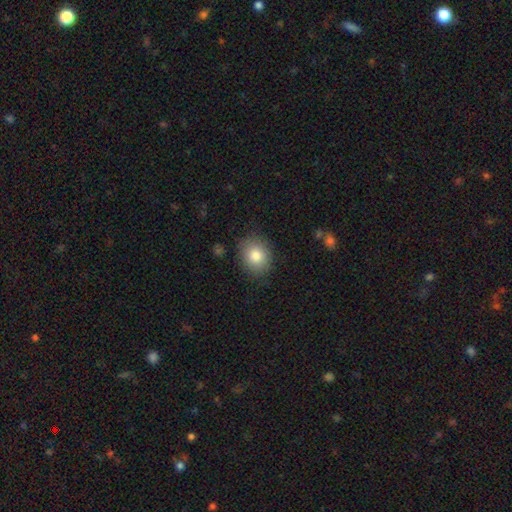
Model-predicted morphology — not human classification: Smooth or featured: smooth — 82% (star or artifact — 9%)
How rounded: round — 59% (in between — 40%)
Merging: none — 84% (minor disturbance — 11%)